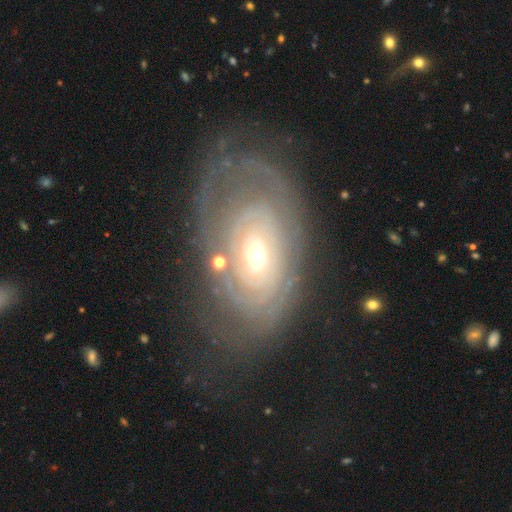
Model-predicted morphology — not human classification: smooth_or_featured: featured or disk (p=0.85) [alt: smooth p=0.09]
disk_edge_on: no (p=0.95) [alt: yes p=0.05]
bar: no (p=0.74) [alt: weak p=0.19]
has_spiral_arms: yes (p=0.91) [alt: no p=0.09]
spiral_winding: tight (p=0.83) [alt: medium p=0.13]
spiral_arm_count: can't tell (p=0.44) [alt: 2 p=0.23]
bulge_size: small (p=0.49) [alt: moderate p=0.45]
merging: none (p=0.67) [alt: minor disturbance p=0.19]